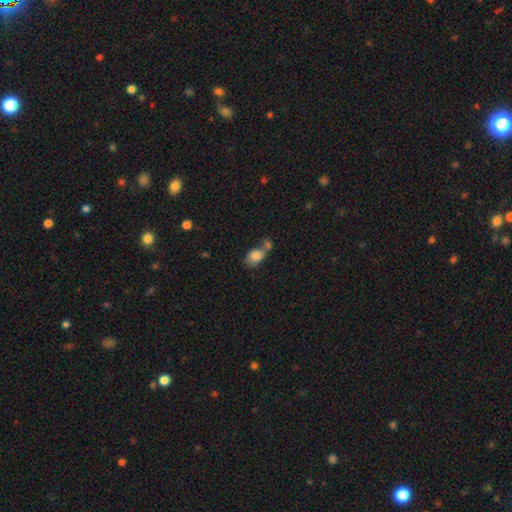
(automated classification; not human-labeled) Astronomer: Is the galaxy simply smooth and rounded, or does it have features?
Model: smooth — 80%.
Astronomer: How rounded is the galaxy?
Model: in between — 77%.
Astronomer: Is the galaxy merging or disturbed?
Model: merger — 46% (runner-up: none, 31%).